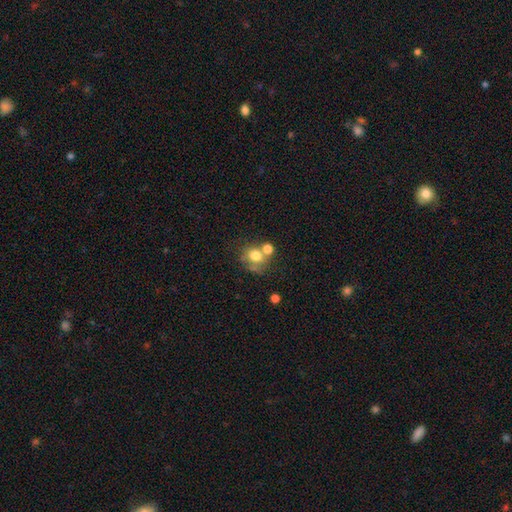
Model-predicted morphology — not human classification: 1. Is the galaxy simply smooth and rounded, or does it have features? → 71% smooth, 17% featured or disk, 12% star or artifact.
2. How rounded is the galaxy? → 72% round, 27% in between, 1% cigar-shaped.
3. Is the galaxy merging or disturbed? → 42% none, 37% merger, 13% minor disturbance, 7% major disturbance.